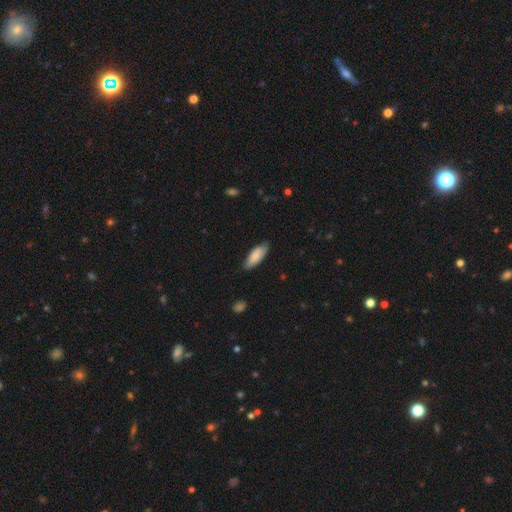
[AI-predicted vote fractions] smooth-or-featured: smooth: 85% | featured or disk: 10% | star or artifact: 5%
  how-rounded: in between: 74% | cigar-shaped: 25% | round: 2%
  merging: none: 79% | minor disturbance: 18% | major disturbance: 3% | merger: 1%